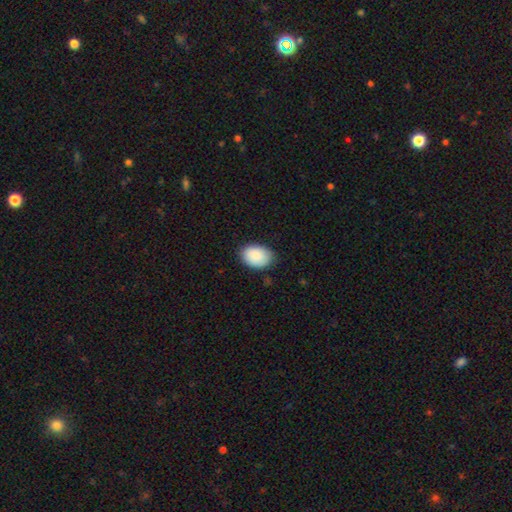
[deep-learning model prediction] Q: Smooth or featured?
A: smooth (89%); runner-up: star or artifact (6%)
Q: How rounded?
A: in between (82%); runner-up: round (17%)
Q: Merging?
A: none (81%); runner-up: minor disturbance (15%)